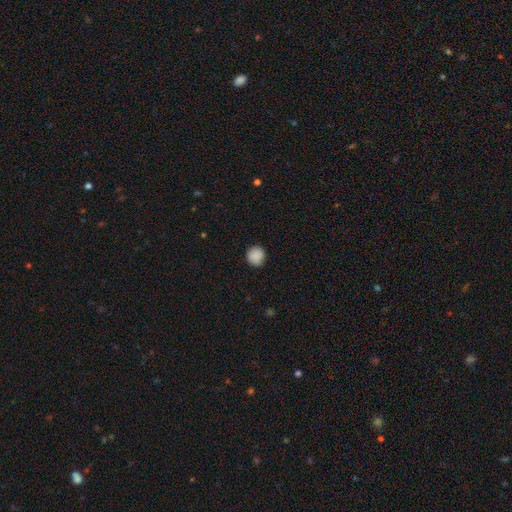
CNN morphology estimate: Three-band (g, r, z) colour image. It shows a smooth galaxy with no disk features (89%) that is round (93%). Merging: none (90%).